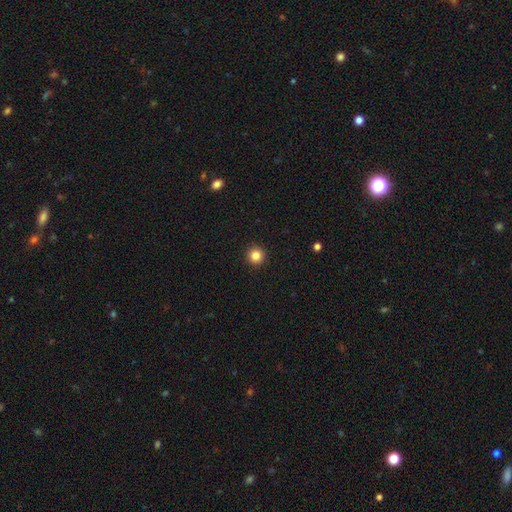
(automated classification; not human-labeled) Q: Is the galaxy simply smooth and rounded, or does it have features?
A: smooth — 84%.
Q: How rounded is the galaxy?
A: round — 96%.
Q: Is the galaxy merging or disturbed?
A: none — 93%.